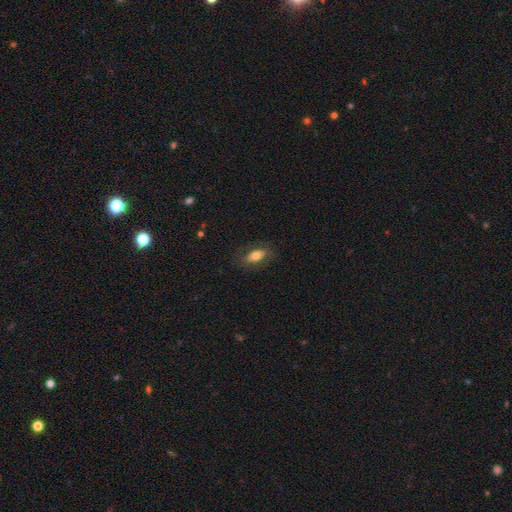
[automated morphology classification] This is likely a smooth galaxy (66%). How rounded: clearly in between (83%). Merging: likely none (77%).